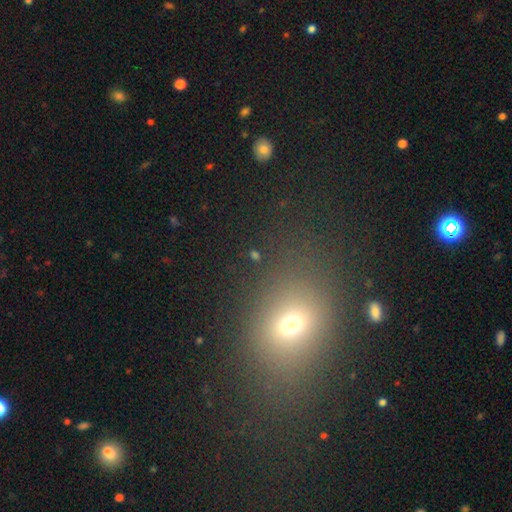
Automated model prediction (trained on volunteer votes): Smooth or featured: smooth — 56% (star or artifact — 32%)
How rounded: round — 61% (in between — 36%)
Merging: none — 80% (minor disturbance — 9%)